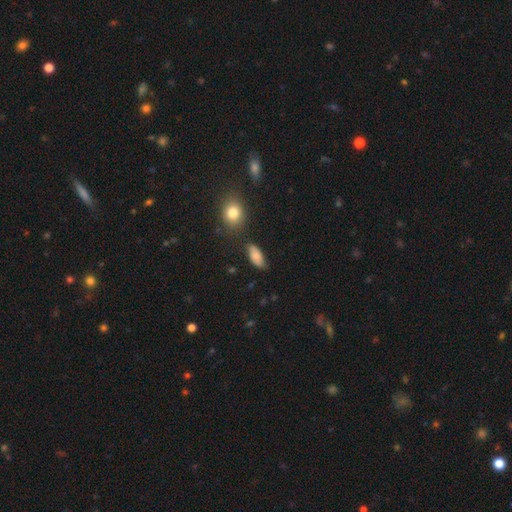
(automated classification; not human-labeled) Q: Smooth or featured?
A: smooth (78%); runner-up: featured or disk (14%)
Q: How rounded?
A: in between (87%); runner-up: cigar-shaped (10%)
Q: Merging?
A: none (71%); runner-up: minor disturbance (20%)